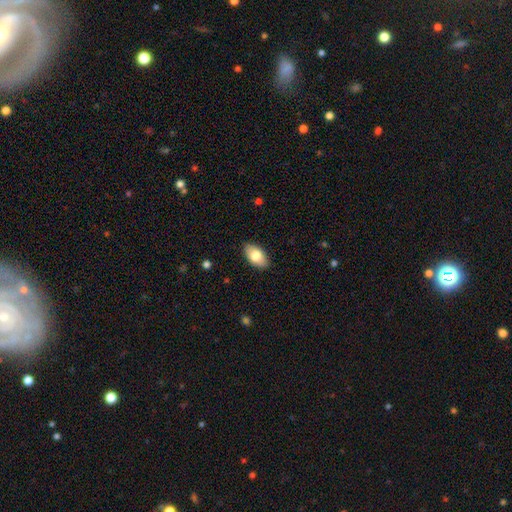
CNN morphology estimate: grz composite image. It shows a smooth galaxy with no disk features (78%) that is in between round and cigar-shaped (94%). Merging: none (88%).